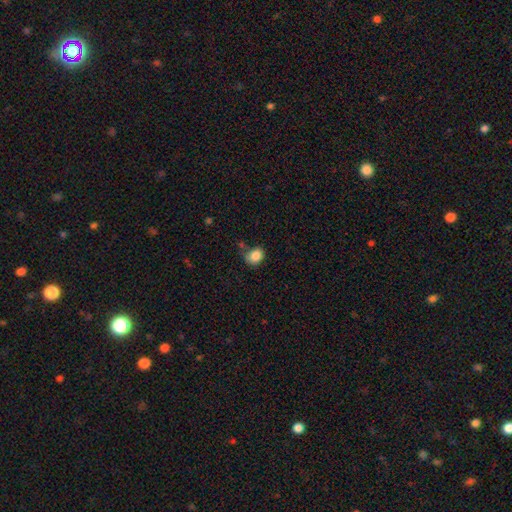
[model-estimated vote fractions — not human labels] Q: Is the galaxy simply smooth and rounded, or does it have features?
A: smooth — 85%.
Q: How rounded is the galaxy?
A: round — 61%.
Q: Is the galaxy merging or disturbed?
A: none — 65%.